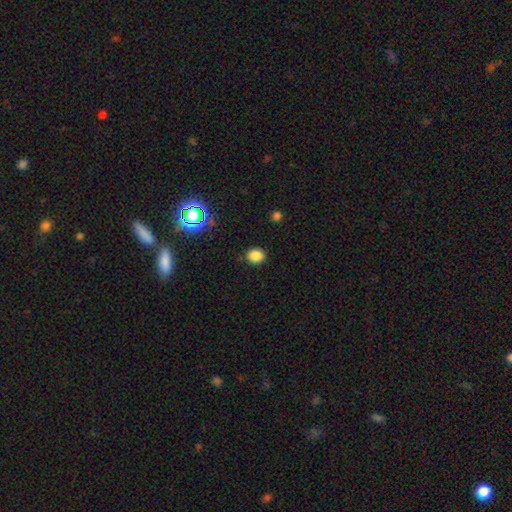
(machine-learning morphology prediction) Smooth or featured? Predicted: smooth (p=0.82). How rounded? Predicted: round (p=0.64). Merging? Predicted: none (p=0.85).